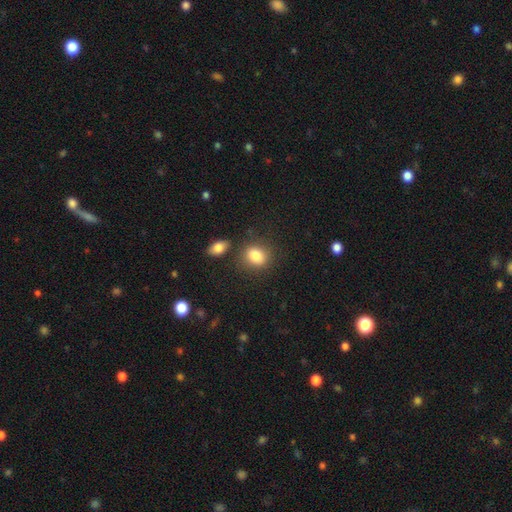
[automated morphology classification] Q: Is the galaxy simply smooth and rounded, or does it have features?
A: smooth — 85%.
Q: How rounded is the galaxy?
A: in between — 51%.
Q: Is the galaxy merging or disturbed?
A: none — 75%.